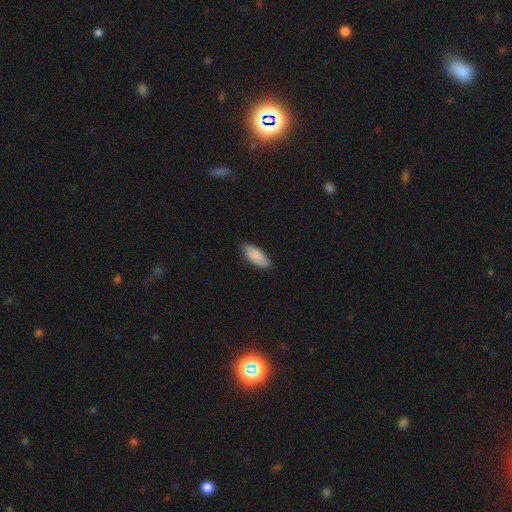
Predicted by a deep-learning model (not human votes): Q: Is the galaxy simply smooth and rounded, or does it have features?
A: smooth — 87%.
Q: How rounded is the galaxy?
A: in between — 84%.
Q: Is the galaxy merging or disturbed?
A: none — 81%.